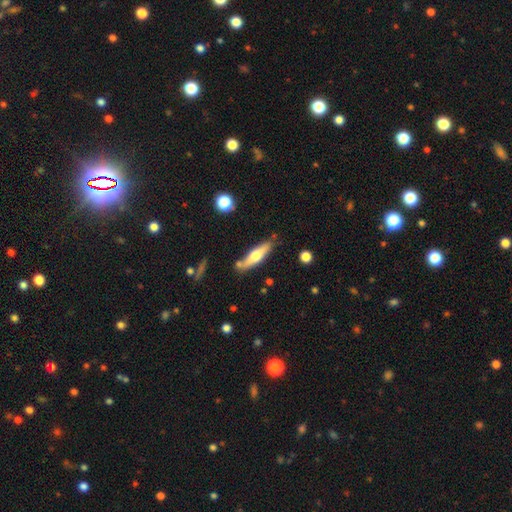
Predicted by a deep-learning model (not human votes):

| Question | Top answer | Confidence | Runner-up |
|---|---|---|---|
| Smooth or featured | smooth | 50% | featured or disk (44%) |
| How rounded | cigar-shaped | 71% | in between (27%) |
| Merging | none | 76% | minor disturbance (14%) |